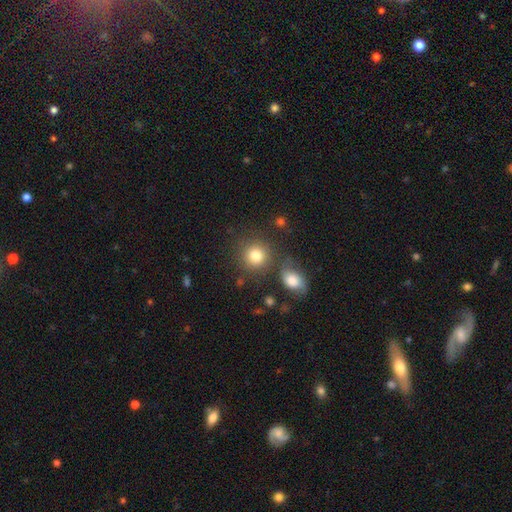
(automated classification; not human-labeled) This is clearly a smooth galaxy (81%). How rounded: clearly round (89%). Merging: likely none (76%).